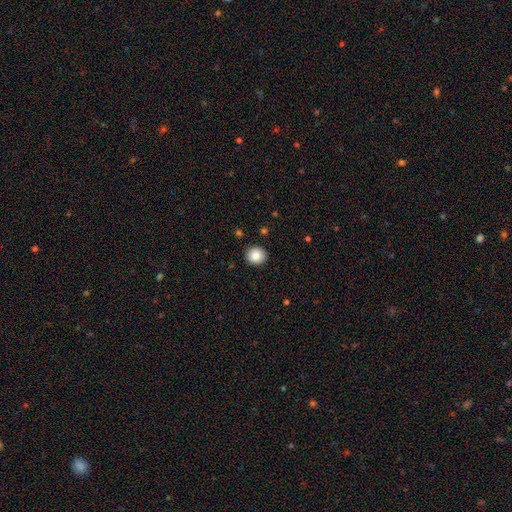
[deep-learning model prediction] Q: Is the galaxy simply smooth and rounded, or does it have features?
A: smooth — 86%.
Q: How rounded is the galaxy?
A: round — 88%.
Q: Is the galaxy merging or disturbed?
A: none — 91%.